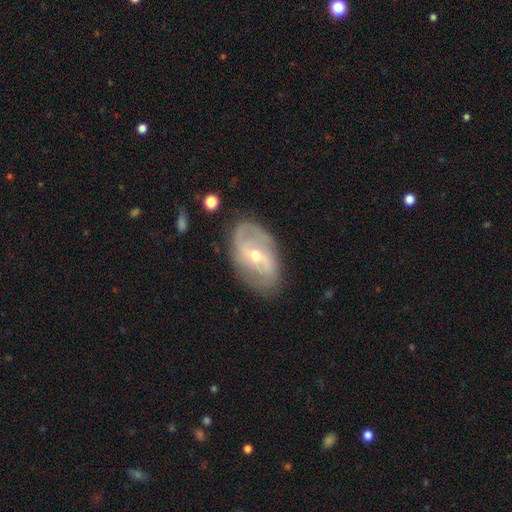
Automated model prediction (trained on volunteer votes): smooth-or-featured: featured or disk: 79% | smooth: 15% | star or artifact: 7%
  disk-edge-on: no: 94% | yes: 6%
    bar: weak: 44% | no: 31% | strong: 25%
    has-spiral-arms: yes: 85% | no: 15%
      spiral-winding: medium: 39% | loose: 32% | tight: 28%
      spiral-arm-count: 2: 73% | can't tell: 16% | 3: 5% | 1: 3% | 4: 2% | more than 4: 2%
    bulge-size: moderate: 51% | small: 46% | large: 2% | none: 1% | dominant: 1%
  merging: none: 76% | minor disturbance: 17% | major disturbance: 6% | merger: 2%